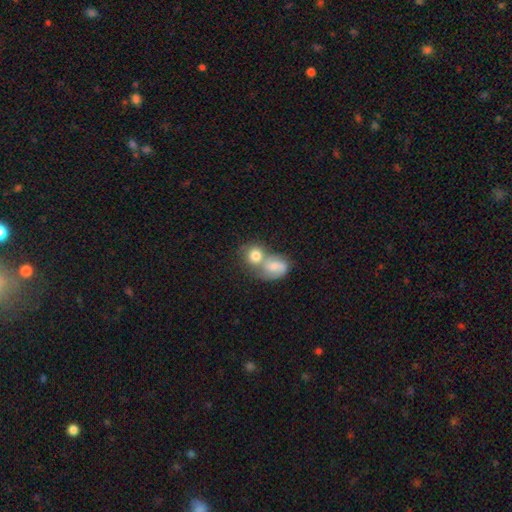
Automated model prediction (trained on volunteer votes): This appears to be a smooth galaxy with no disk features (69%) that is round (71%). Merging: merger (66%).